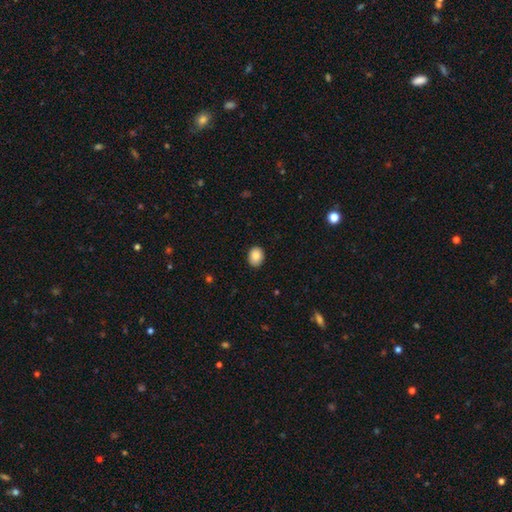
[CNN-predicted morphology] smooth_or_featured: smooth (p=0.85) [alt: star or artifact p=0.08]
how_rounded: in between (p=0.57) [alt: round p=0.43]
merging: none (p=0.89) [alt: minor disturbance p=0.09]